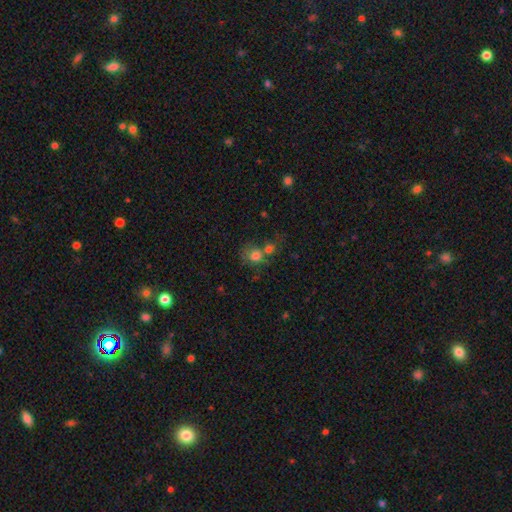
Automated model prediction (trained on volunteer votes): A smooth galaxy with no disk features (75%) that is round (76%).

Vote fractions:
- Smooth or featured? smooth: 75% / featured or disk: 13% / star or artifact: 12%
- How rounded? round: 76% / in between: 22% / cigar-shaped: 1%
- Merging? merger: 48% / none: 34% / minor disturbance: 11% / major disturbance: 8%